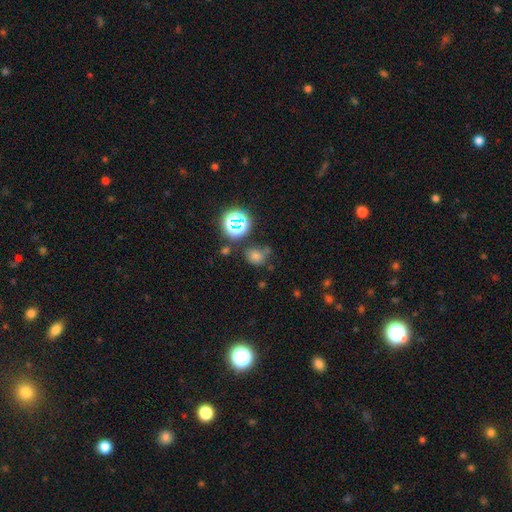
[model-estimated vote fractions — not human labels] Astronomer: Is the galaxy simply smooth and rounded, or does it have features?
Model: smooth — 57% (runner-up: star or artifact, 35%).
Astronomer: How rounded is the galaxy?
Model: round — 79%.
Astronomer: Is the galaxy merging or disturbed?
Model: none — 71%.